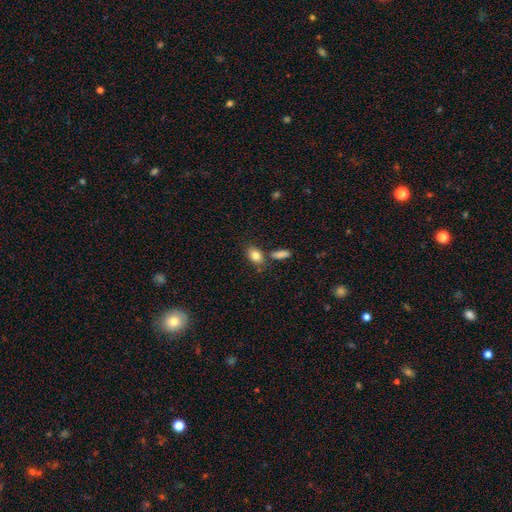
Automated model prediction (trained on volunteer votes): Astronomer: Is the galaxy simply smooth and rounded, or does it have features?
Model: smooth — 84%.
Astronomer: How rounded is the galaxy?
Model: in between — 84%.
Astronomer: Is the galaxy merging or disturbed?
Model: none — 67%.